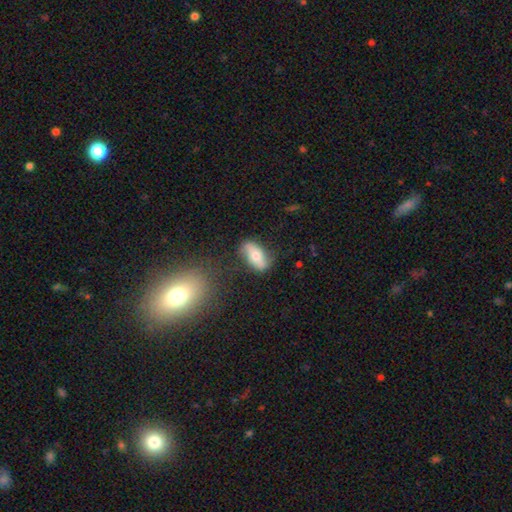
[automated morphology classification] Smooth or featured? smooth (54%)
How rounded? in between (80%)
Merging? none (72%)